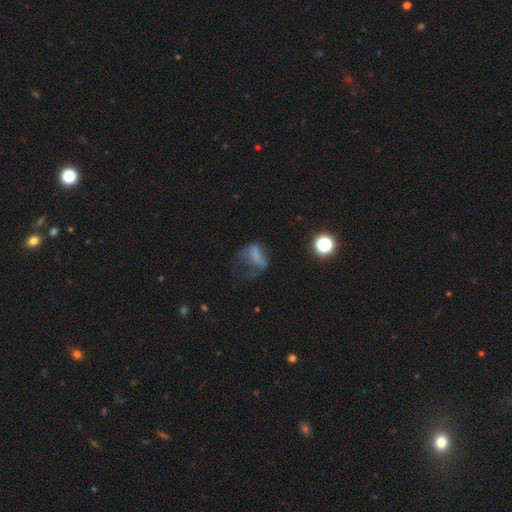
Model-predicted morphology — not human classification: smooth_or_featured: smooth (p=0.47) [alt: featured or disk p=0.33]
merging: major disturbance (p=0.54) [alt: none p=0.23]